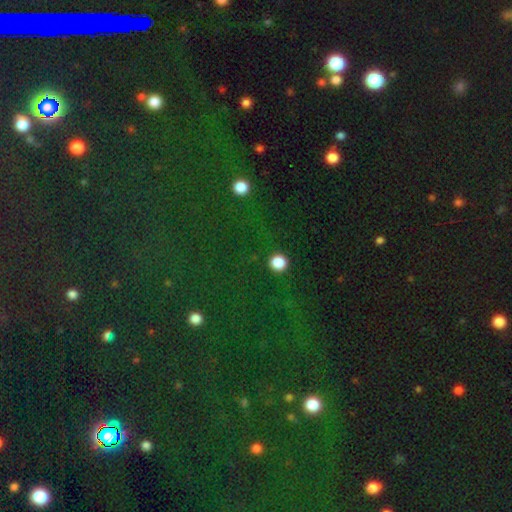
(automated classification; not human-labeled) Smooth or featured? star or artifact (77%)